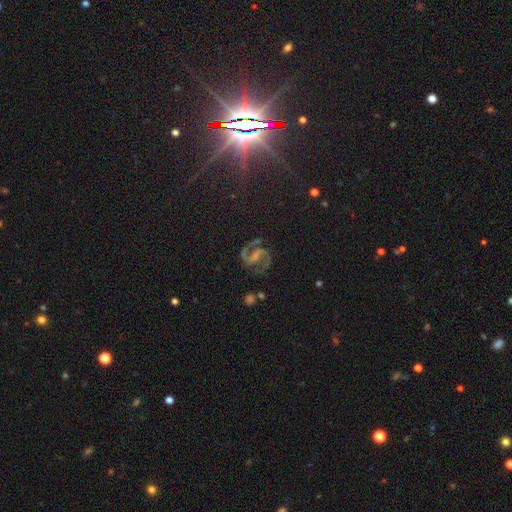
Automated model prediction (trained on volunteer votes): Q: Smooth or featured?
A: featured or disk (81%); runner-up: star or artifact (13%)
Q: Edge-on disk?
A: no (97%); runner-up: yes (3%)
Q: Bar?
A: weak (44%); runner-up: strong (33%)
Q: Spiral arms?
A: yes (97%); runner-up: no (3%)
Q: Spiral winding?
A: medium (62%); runner-up: loose (19%)
Q: Spiral arm count?
A: 2 (93%); runner-up: can't tell (2%)
Q: Bulge size?
A: small (47%); runner-up: moderate (26%)
Q: Merging?
A: none (78%); runner-up: minor disturbance (13%)